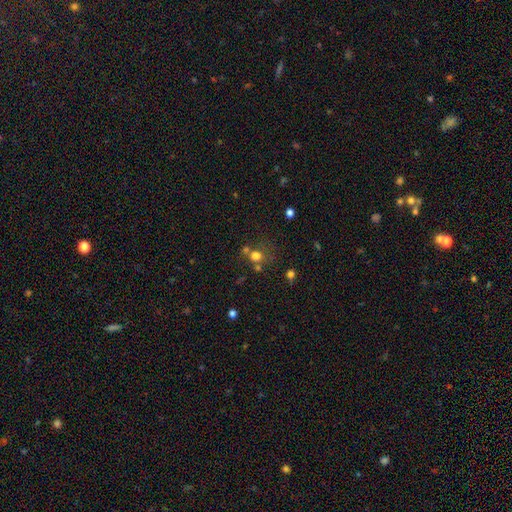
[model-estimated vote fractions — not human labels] Smooth or featured? Predicted: smooth (p=0.67). How rounded? Predicted: round (p=0.77). Merging? Predicted: none (p=0.52).